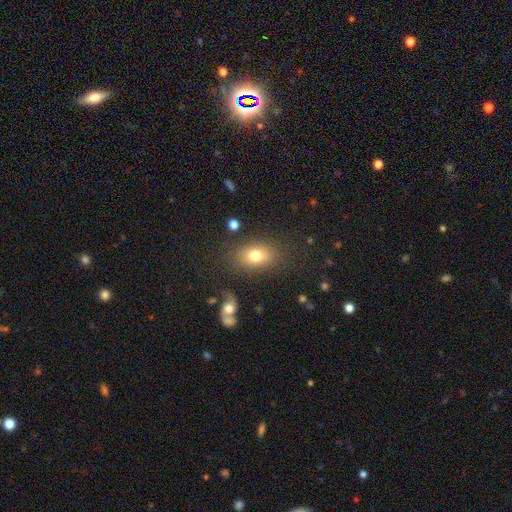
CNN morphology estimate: smooth_or_featured: smooth (p=0.76) [alt: featured or disk p=0.13]
how_rounded: in between (p=0.78) [alt: round p=0.20]
merging: none (p=0.81) [alt: minor disturbance p=0.11]